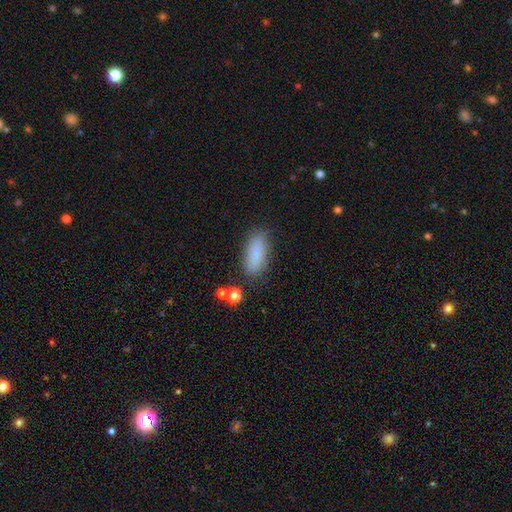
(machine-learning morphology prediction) This is clearly a smooth galaxy (85%). How rounded: likely in between (74%). Merging: likely none (78%).